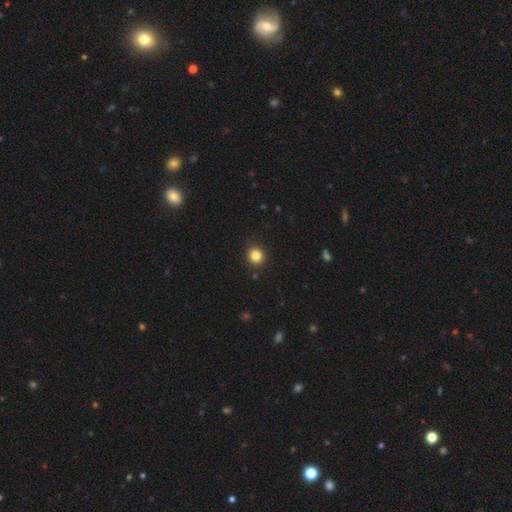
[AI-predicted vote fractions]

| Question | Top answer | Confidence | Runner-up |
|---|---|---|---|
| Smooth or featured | smooth | 84% | star or artifact (12%) |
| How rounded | round | 91% | in between (8%) |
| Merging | none | 91% | minor disturbance (6%) |